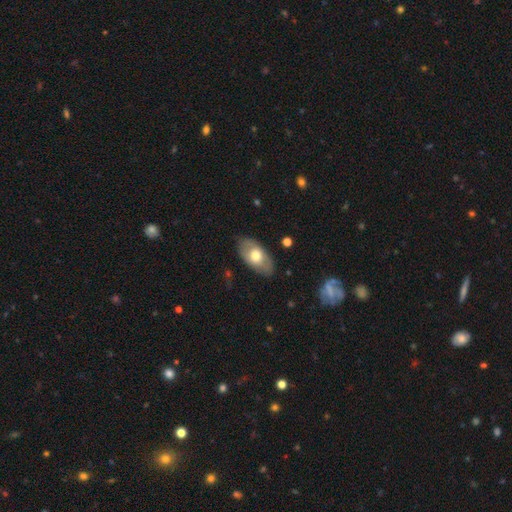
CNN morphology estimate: A smooth galaxy with no disk features (60%) that is in between round and cigar-shaped (92%). Merging: none (80%).